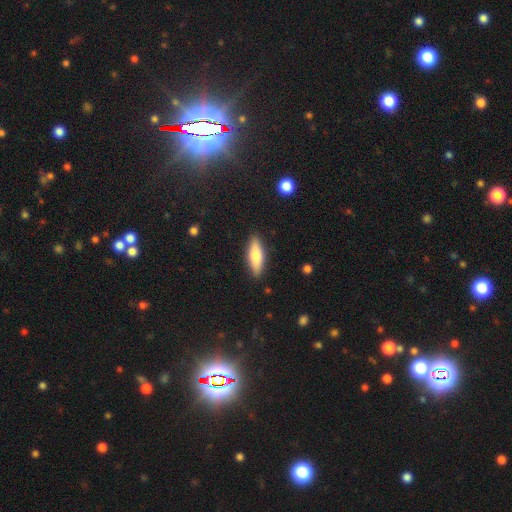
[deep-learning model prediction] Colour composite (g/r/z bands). It shows a smooth galaxy with no disk features (72%) that is in between round and cigar-shaped (53%). Merging: none (88%).